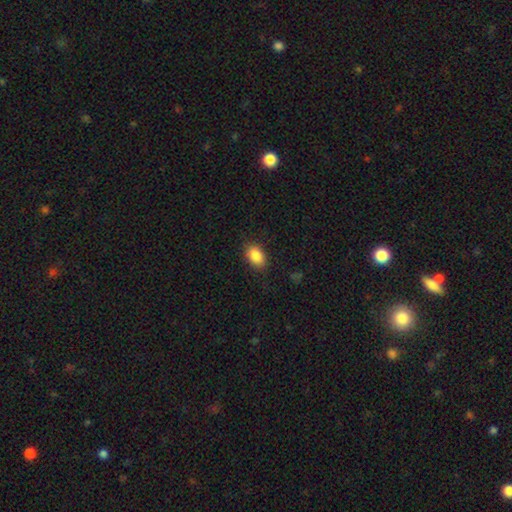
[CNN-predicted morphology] Smooth or featured? smooth (87%)
How rounded? in between (84%)
Merging? none (85%)